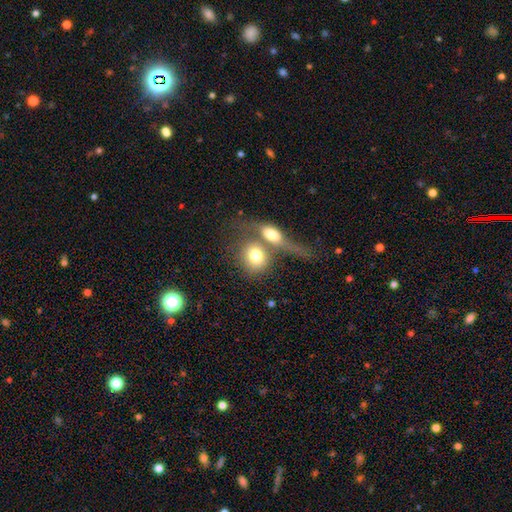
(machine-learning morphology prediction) A smooth galaxy with no disk features (70%) that is round (59%).

Vote fractions:
- Smooth or featured? smooth: 70% / featured or disk: 22% / star or artifact: 8%
- How rounded? round: 59% / in between: 37% / cigar-shaped: 4%
- Merging? merger: 64% / none: 19% / major disturbance: 10% / minor disturbance: 7%